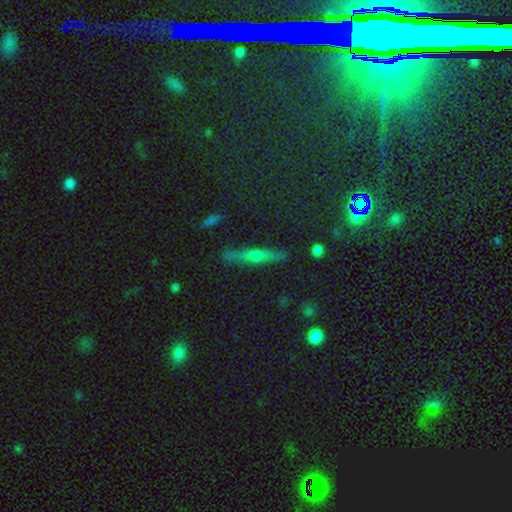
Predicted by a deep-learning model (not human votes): This is possibly a featured or disk galaxy (47%). Merging: clearly none (87%).